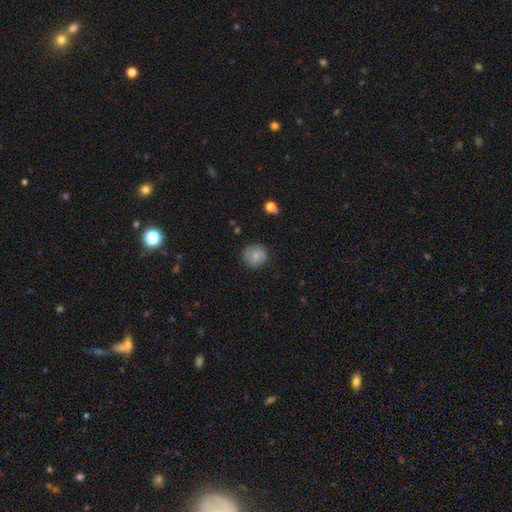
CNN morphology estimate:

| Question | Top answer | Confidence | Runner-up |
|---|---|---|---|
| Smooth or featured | smooth | 77% | featured or disk (14%) |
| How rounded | round | 87% | in between (12%) |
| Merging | none | 77% | minor disturbance (17%) |